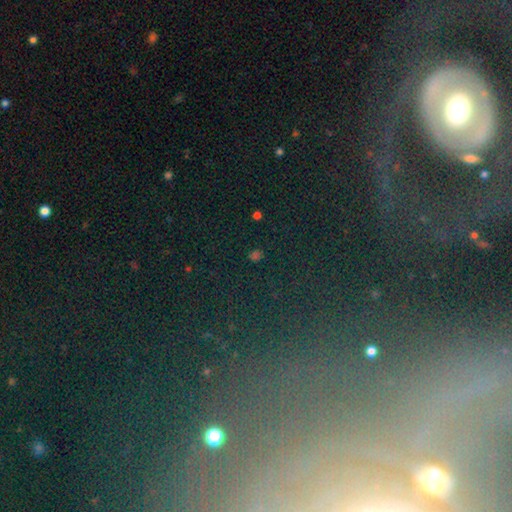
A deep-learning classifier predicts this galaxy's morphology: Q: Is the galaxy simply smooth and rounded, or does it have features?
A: star or artifact — 66%.